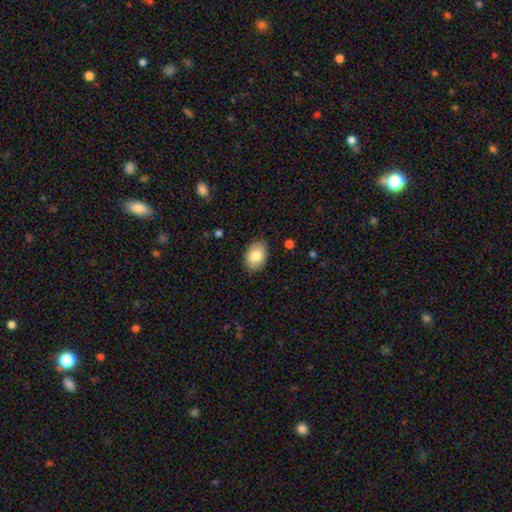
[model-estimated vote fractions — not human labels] This appears to be a smooth galaxy with no disk features (81%) that is in between round and cigar-shaped (85%). Merging: none (87%).